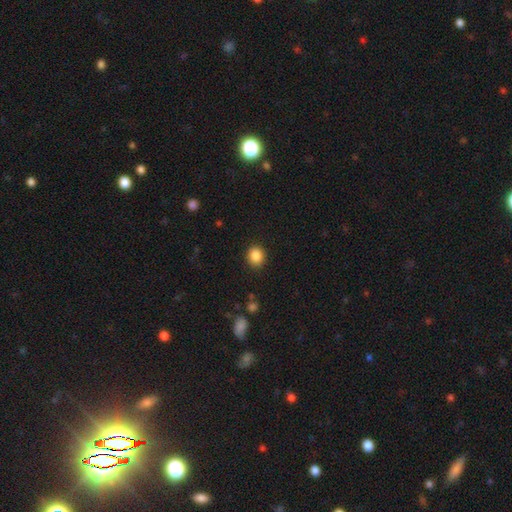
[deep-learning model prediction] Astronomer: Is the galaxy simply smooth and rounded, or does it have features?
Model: smooth — 86%.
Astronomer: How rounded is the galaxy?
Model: round — 77%.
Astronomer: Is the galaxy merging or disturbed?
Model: none — 90%.